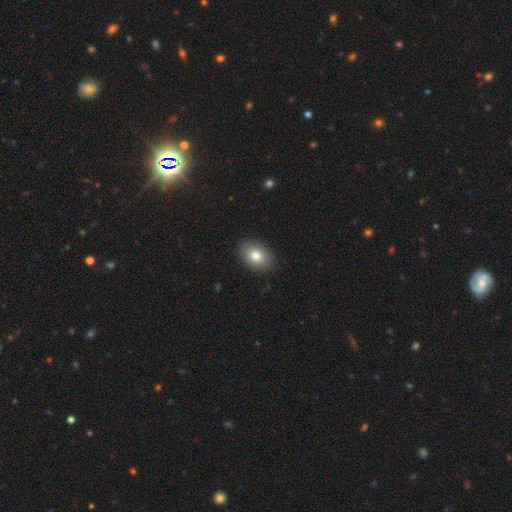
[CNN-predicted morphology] Smooth or featured? Predicted: smooth (p=0.80). How rounded? Predicted: in between (p=0.76). Merging? Predicted: none (p=0.87).